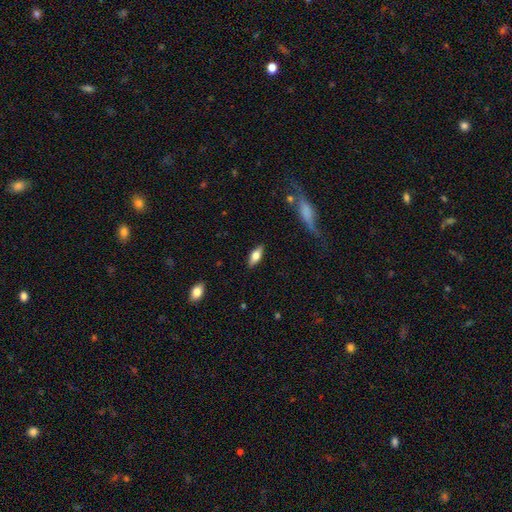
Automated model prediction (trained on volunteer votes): smooth 59%, featured or disk 34%, star or artifact 7%. Down the decision tree: how rounded — in between (75%); merging — none (87%).